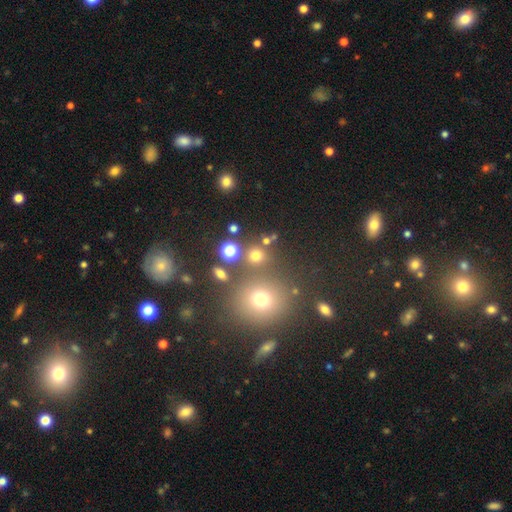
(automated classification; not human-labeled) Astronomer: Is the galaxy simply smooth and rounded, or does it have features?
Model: smooth — 69%.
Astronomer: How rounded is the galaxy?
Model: round — 89%.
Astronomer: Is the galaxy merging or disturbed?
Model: none — 72%.